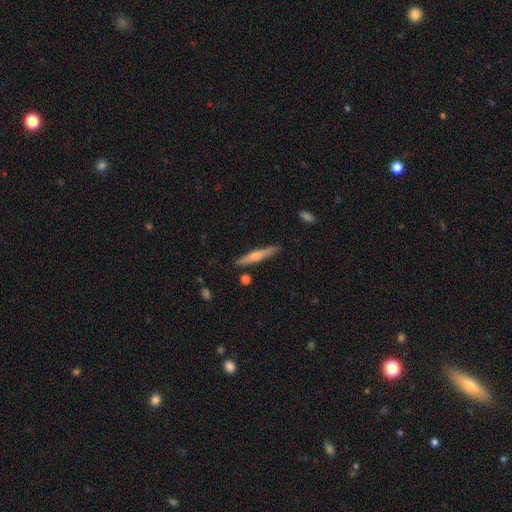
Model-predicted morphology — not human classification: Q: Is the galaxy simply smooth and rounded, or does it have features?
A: smooth — 47%, tied with featured or disk.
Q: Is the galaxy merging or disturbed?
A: none — 87%.